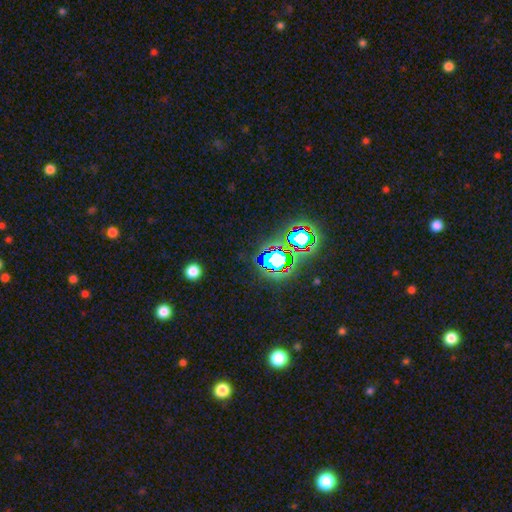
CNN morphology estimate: Smooth or featured? star or artifact (80%)